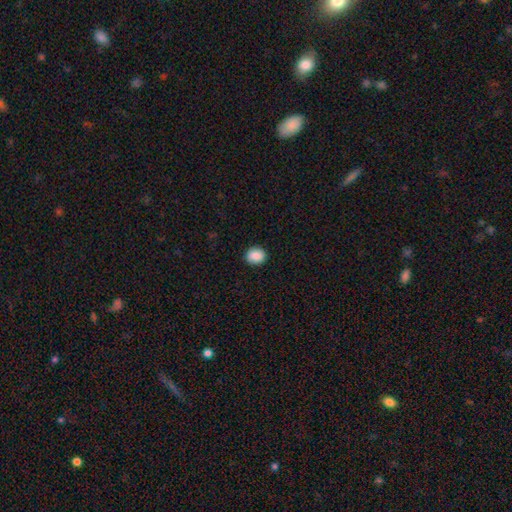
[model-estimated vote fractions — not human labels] Smooth or featured? smooth (89%)
How rounded? round (66%)
Merging? none (90%)